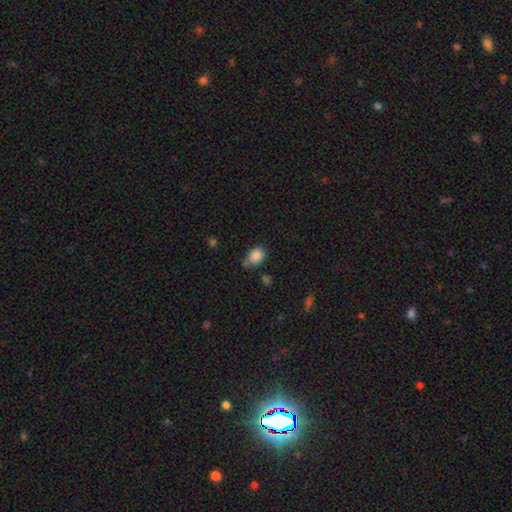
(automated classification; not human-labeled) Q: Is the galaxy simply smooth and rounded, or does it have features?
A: smooth — 86%.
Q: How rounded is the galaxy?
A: in between — 69%.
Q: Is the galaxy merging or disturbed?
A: none — 52%.